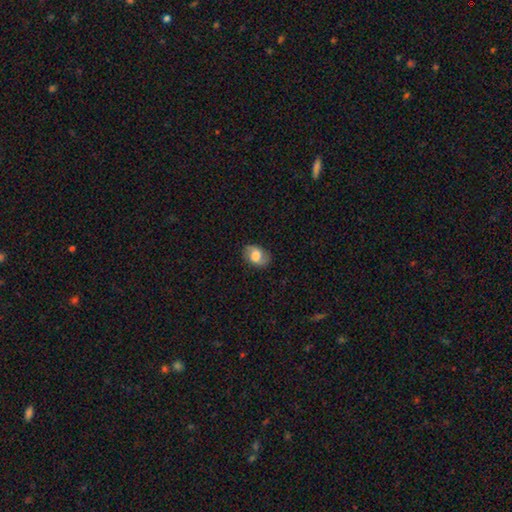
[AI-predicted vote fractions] smooth 51%, featured or disk 41%, star or artifact 9%. Down the decision tree: how rounded — in between (75%); merging — none (83%).